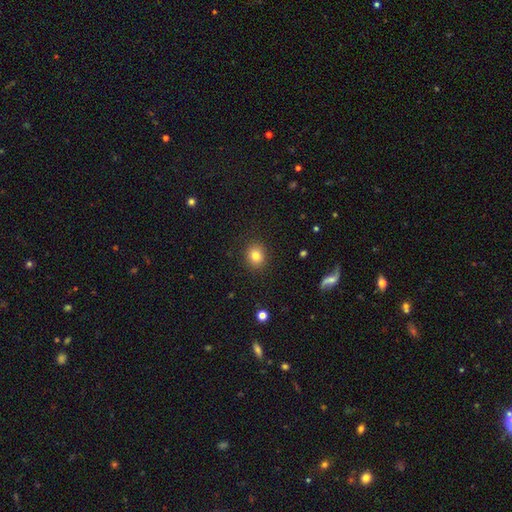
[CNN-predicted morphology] This appears to be a smooth galaxy with no disk features (82%) that is round (74%). Merging: none (89%).